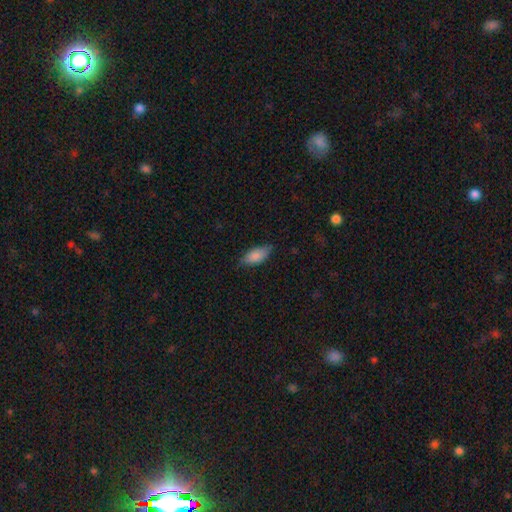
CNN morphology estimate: Q: Smooth or featured?
A: smooth (85%); runner-up: featured or disk (9%)
Q: How rounded?
A: in between (86%); runner-up: cigar-shaped (12%)
Q: Merging?
A: none (73%); runner-up: minor disturbance (22%)